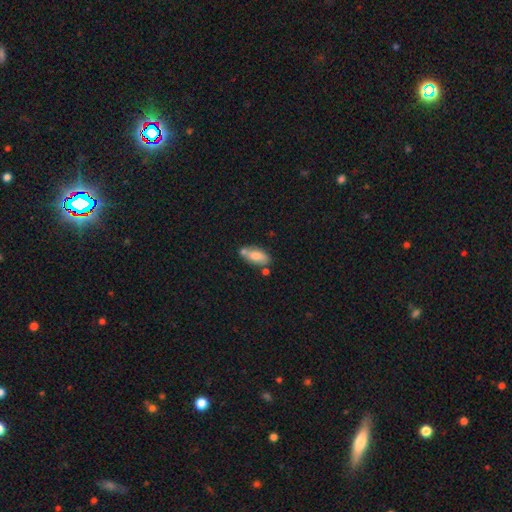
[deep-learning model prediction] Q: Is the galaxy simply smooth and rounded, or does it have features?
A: smooth — 76%.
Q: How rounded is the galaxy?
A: in between — 85%.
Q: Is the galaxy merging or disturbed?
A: none — 62%.